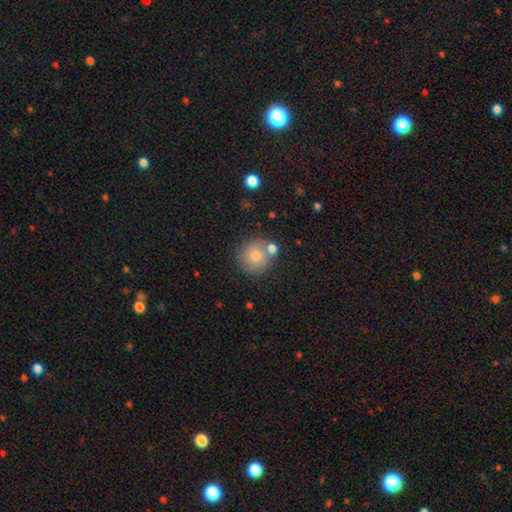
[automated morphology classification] Overall: smooth (80%). How rounded: round (92%). Merging: none (66%).